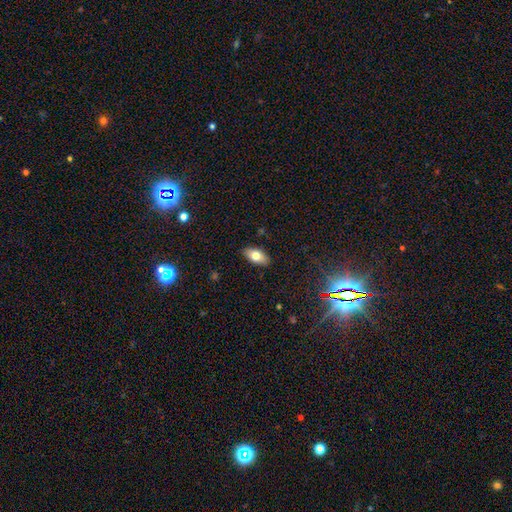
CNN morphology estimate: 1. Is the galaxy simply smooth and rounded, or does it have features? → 73% smooth, 19% featured or disk, 8% star or artifact.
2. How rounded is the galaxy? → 90% in between, 6% cigar-shaped, 4% round.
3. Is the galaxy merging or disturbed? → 87% none, 10% minor disturbance, 2% major disturbance, 1% merger.